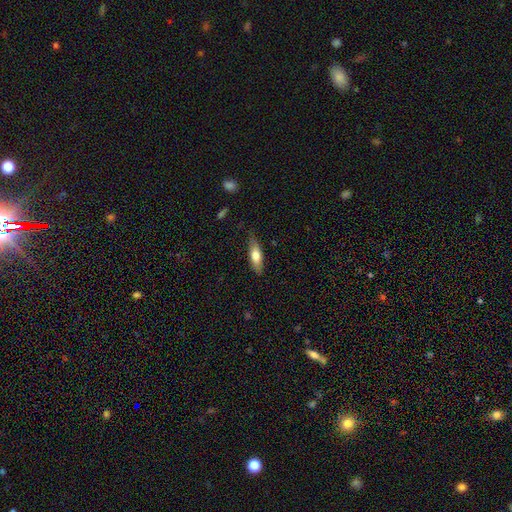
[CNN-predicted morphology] Overall: smooth (67%). How rounded: in between (53%; cigar-shaped 45%). Merging: none (77%).